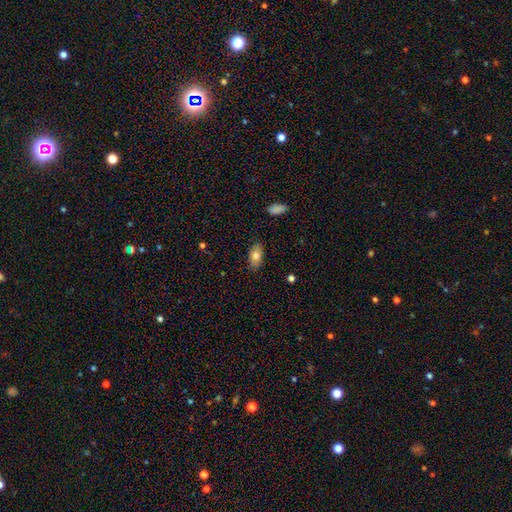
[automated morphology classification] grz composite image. It shows a smooth galaxy with no disk features (78%) that is in between round and cigar-shaped (91%). Merging: none (84%).